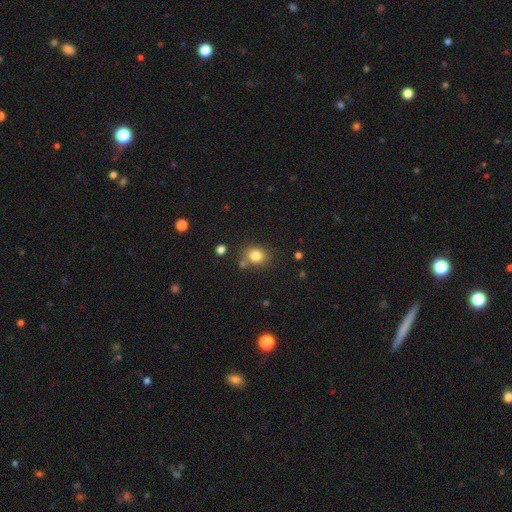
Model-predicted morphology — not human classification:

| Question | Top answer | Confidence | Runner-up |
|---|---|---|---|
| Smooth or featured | smooth | 81% | star or artifact (12%) |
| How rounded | round | 59% | in between (40%) |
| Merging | none | 71% | minor disturbance (14%) |